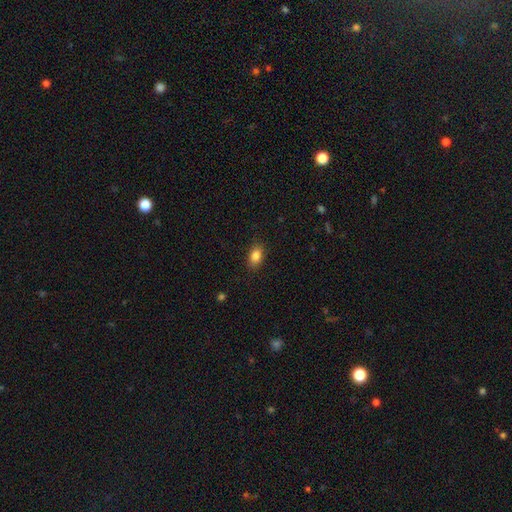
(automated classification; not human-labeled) smooth 85%, star or artifact 9%, featured or disk 6%. Down the decision tree: how rounded — in between (84%); merging — none (87%).